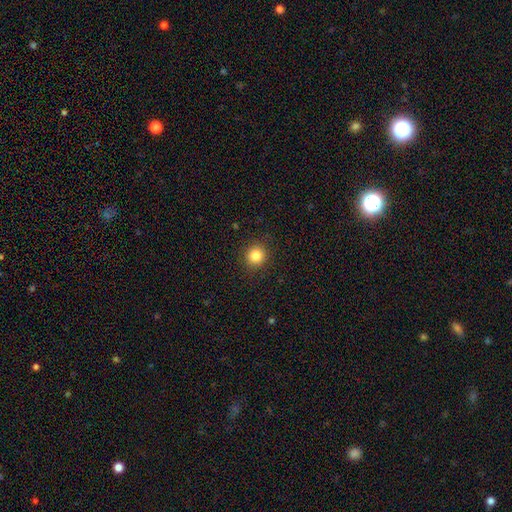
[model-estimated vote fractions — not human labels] smooth_or_featured: smooth (p=0.84) [alt: star or artifact p=0.11]
how_rounded: round (p=0.90) [alt: in between p=0.09]
merging: none (p=0.90) [alt: minor disturbance p=0.06]